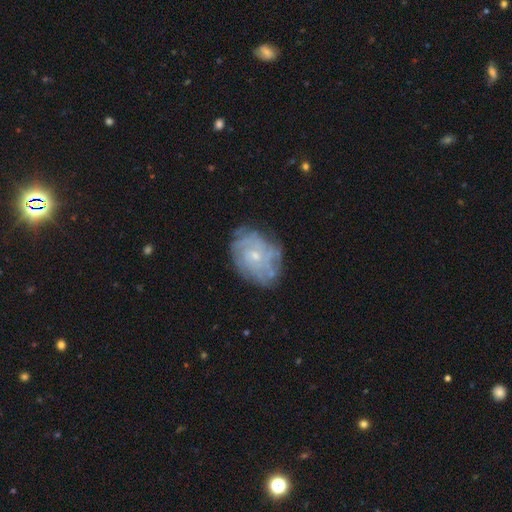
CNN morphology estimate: Smooth or featured? Predicted: featured or disk (p=0.72). Edge-on disk? Predicted: no (p=0.97). Bar? Predicted: no (p=0.78). Spiral arms? Predicted: yes (p=0.80). Spiral winding? Predicted: tight (p=0.65). Spiral arm count? Predicted: can't tell (p=0.56). Bulge size? Predicted: small (p=0.69). Merging? Predicted: none (p=0.71).